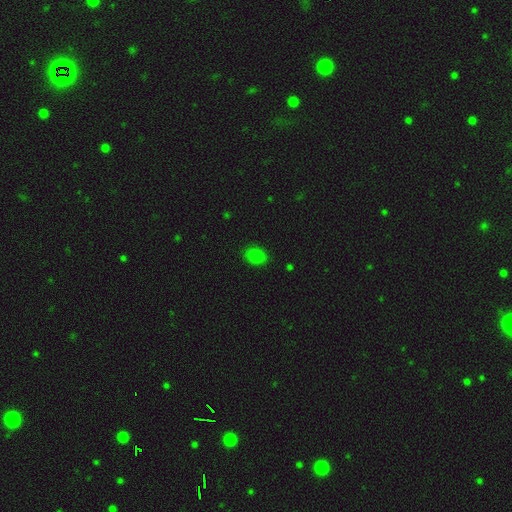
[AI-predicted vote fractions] smooth 82%, star or artifact 14%, featured or disk 4%. Down the decision tree: how rounded — in between (76%); merging — none (83%).